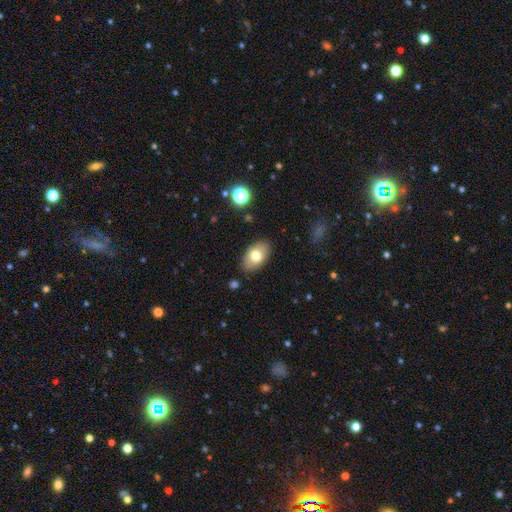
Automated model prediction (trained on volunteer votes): Smooth or featured? Predicted: smooth (p=0.73). How rounded? Predicted: in between (p=0.90). Merging? Predicted: none (p=0.85).